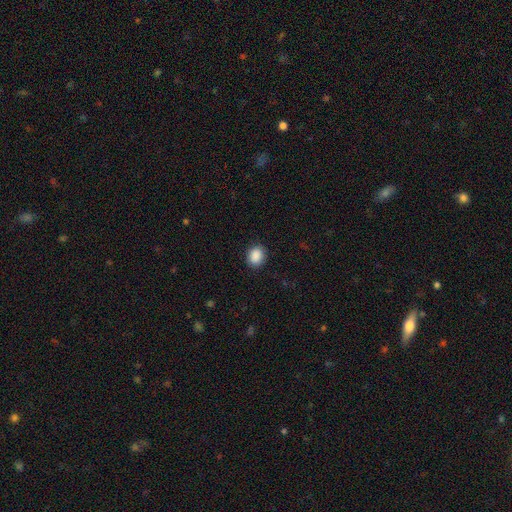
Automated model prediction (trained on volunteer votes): smooth_or_featured: smooth (p=0.89) [alt: star or artifact p=0.08]
how_rounded: round (p=0.53) [alt: in between p=0.46]
merging: none (p=0.89) [alt: minor disturbance p=0.08]